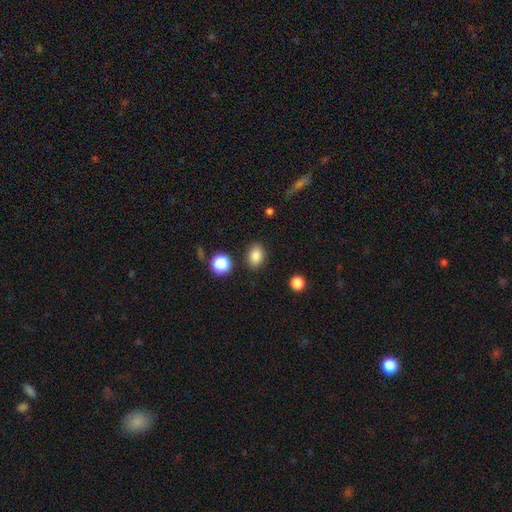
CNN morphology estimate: Smooth or featured? smooth (85%)
How rounded? in between (69%)
Merging? none (86%)